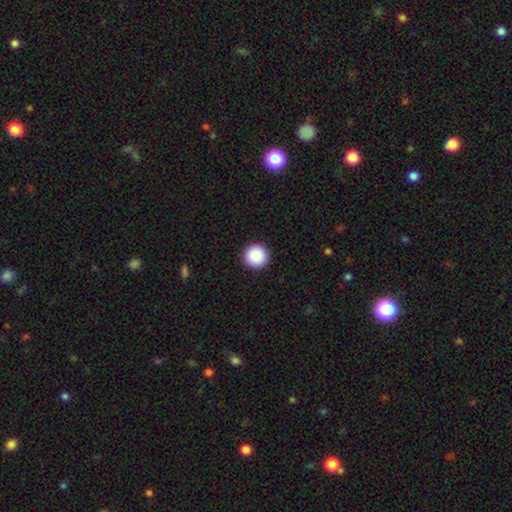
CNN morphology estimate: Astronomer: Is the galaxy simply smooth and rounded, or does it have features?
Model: smooth — 89%.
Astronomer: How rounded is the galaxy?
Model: round — 97%.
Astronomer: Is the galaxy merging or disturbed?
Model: none — 94%.